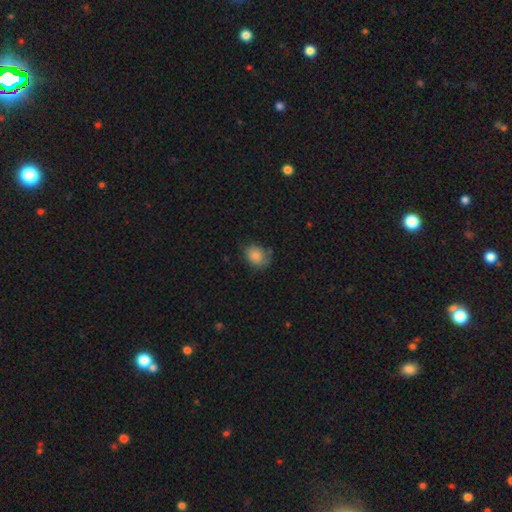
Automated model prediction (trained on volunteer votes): Q: Smooth or featured?
A: smooth (84%); runner-up: star or artifact (9%)
Q: How rounded?
A: in between (58%); runner-up: round (41%)
Q: Merging?
A: none (71%); runner-up: minor disturbance (22%)